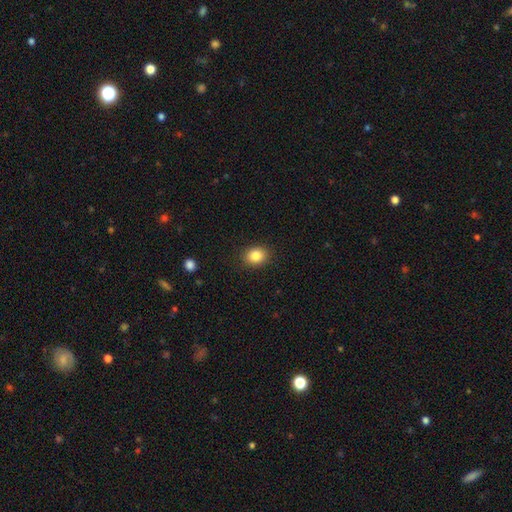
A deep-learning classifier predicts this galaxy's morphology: A smooth galaxy with no disk features (85%) that is in between round and cigar-shaped (51%). Merging: none (89%).